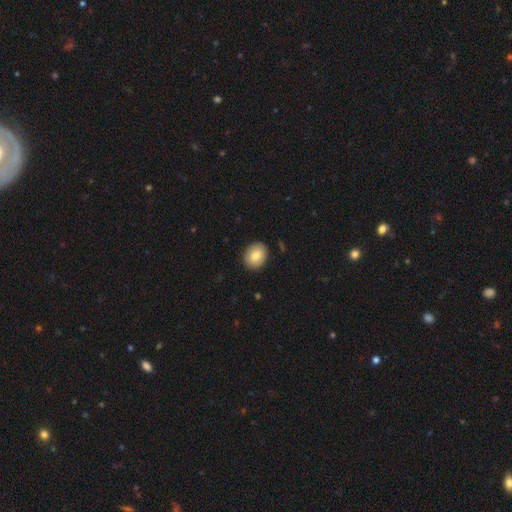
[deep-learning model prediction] The model was most divided on "how rounded": round: 55%, in between: 44%, cigar-shaped: 1%. More confident: merging — none (90%); smooth or featured — smooth (81%).